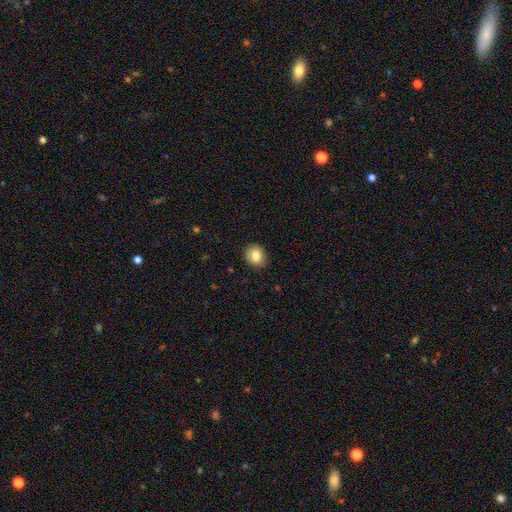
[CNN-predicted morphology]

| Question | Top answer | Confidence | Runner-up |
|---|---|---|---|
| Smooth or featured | smooth | 82% | star or artifact (9%) |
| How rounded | round | 66% | in between (33%) |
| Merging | none | 83% | minor disturbance (13%) |